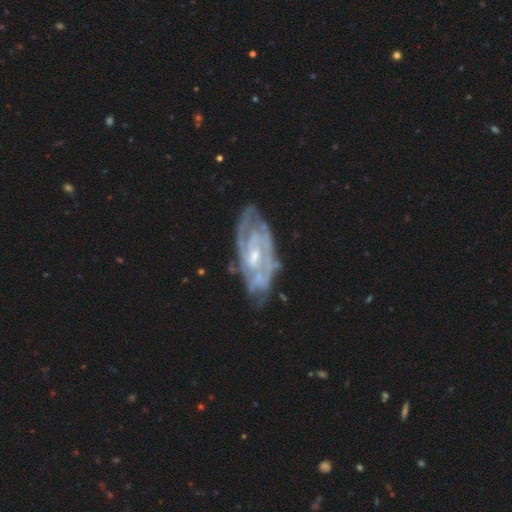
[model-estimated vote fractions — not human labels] Smooth or featured? Predicted: featured or disk (p=0.86). Edge-on disk? Predicted: no (p=0.93). Bar? Predicted: no (p=0.49). Spiral arms? Predicted: yes (p=0.92). Spiral winding? Predicted: tight (p=0.61). Spiral arm count? Predicted: can't tell (p=0.37). Bulge size? Predicted: small (p=0.56). Merging? Predicted: none (p=0.67).